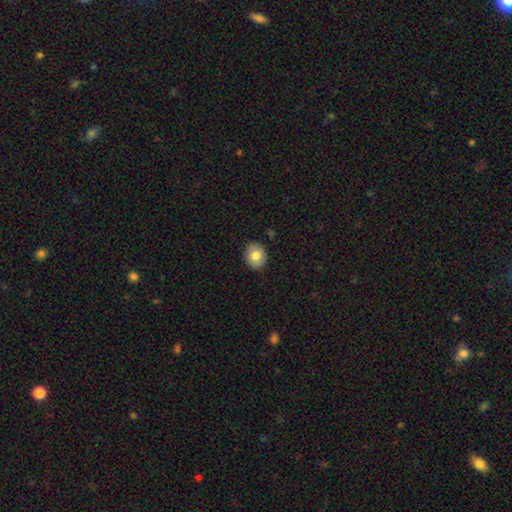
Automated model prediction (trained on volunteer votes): smooth 80%, featured or disk 12%, star or artifact 8%. Down the decision tree: how rounded — round (51%); merging — none (88%).